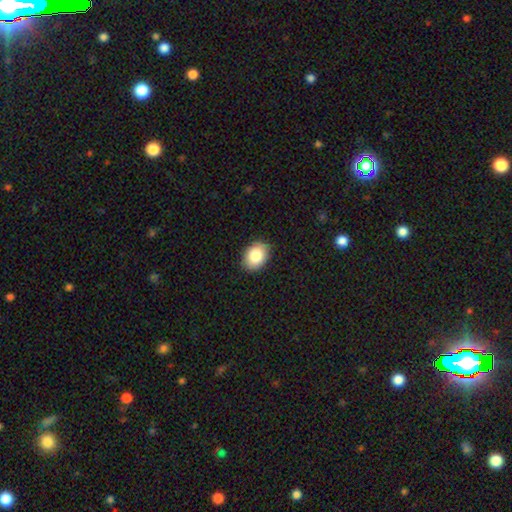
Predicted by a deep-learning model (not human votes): A smooth galaxy with no disk features (85%) that is in between round and cigar-shaped (73%). Merging: none (85%).